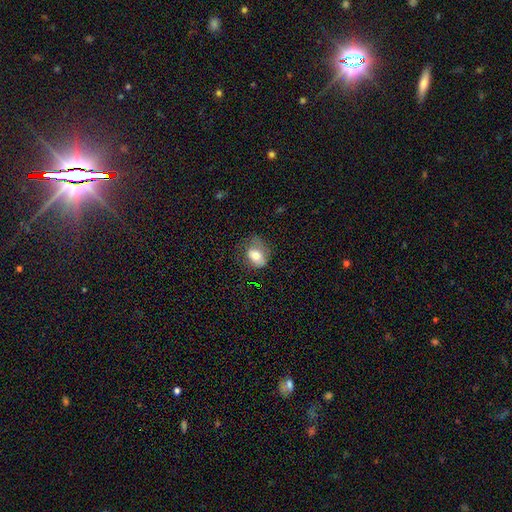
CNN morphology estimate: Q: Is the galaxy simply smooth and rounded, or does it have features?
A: smooth — 69%.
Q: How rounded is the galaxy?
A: in between — 63%.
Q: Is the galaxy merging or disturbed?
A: none — 47%.